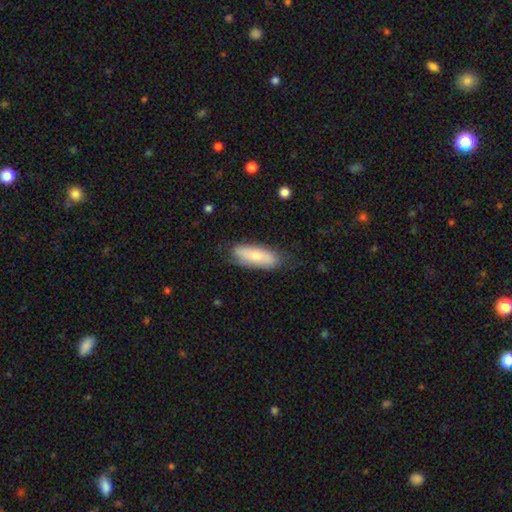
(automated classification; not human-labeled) Smooth or featured? Predicted: smooth (p=0.72). How rounded? Predicted: in between (p=0.69). Merging? Predicted: none (p=0.76).